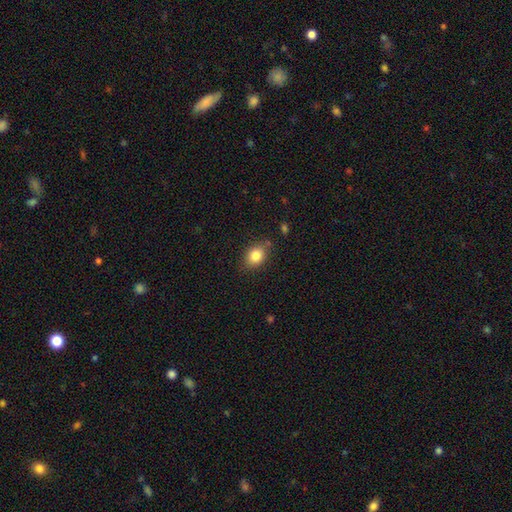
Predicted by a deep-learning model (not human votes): A smooth galaxy with no disk features (83%) that is in between round and cigar-shaped (65%). Merging: none (78%).